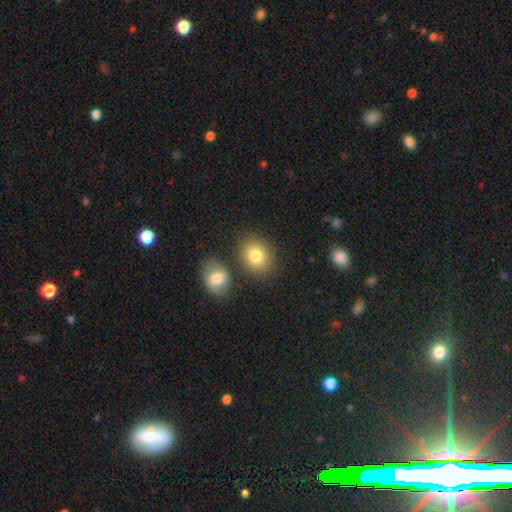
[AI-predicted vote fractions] smooth 82%, featured or disk 10%, star or artifact 9%. Down the decision tree: how rounded — in between (53%); merging — none (72%).